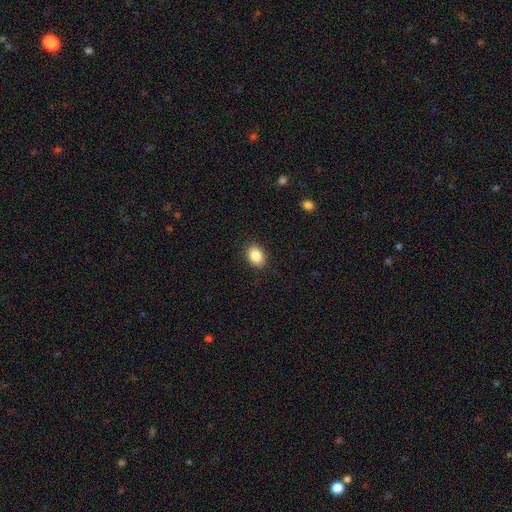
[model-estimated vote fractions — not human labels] Overall: smooth (87%). How rounded: in between (74%). Merging: none (89%).